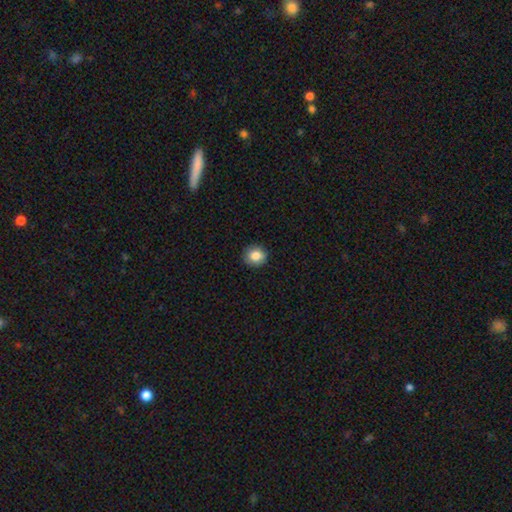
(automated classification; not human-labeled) Smooth or featured: smooth — 85% (star or artifact — 9%)
How rounded: round — 87% (in between — 12%)
Merging: none — 90% (minor disturbance — 8%)